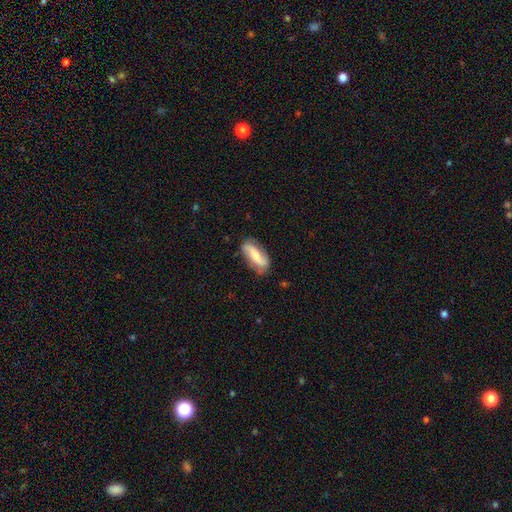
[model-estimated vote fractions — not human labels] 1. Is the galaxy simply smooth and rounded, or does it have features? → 49% featured or disk, 44% smooth, 7% star or artifact.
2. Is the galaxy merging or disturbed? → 73% none, 20% minor disturbance, 5% major disturbance, 2% merger.